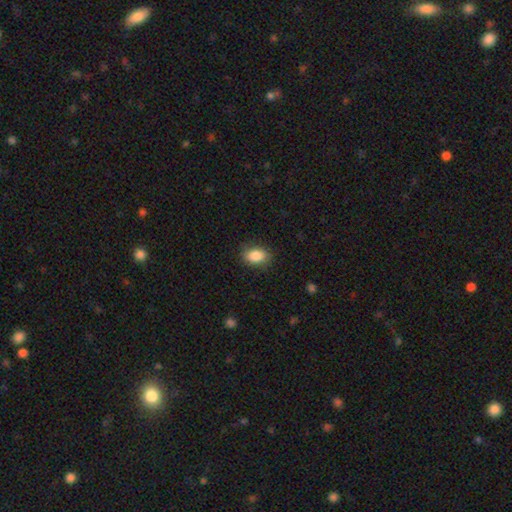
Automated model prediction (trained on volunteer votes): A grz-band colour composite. It shows a smooth galaxy with no disk features (86%) that is in between round and cigar-shaped (81%). Merging: none (81%).